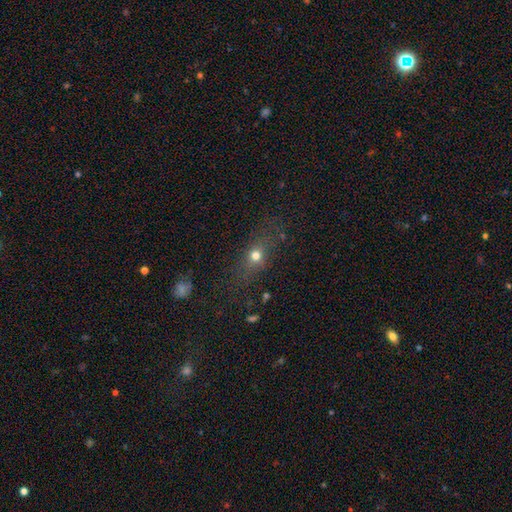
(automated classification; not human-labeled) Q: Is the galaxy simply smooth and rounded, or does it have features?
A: smooth — 64%.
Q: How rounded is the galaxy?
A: in between — 46%.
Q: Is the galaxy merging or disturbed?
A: none — 72%.